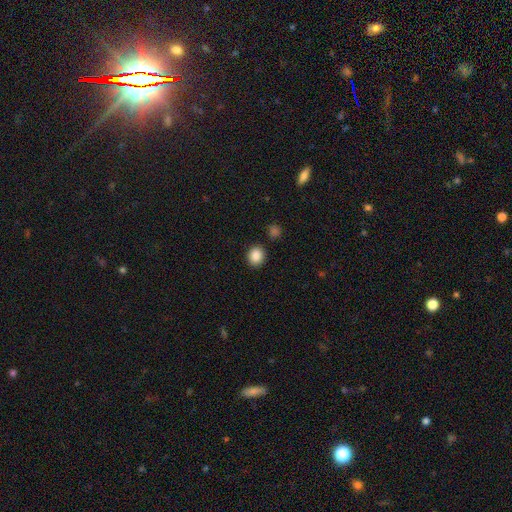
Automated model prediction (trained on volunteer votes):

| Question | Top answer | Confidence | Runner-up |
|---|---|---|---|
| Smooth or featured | smooth | 87% | star or artifact (9%) |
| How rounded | round | 73% | in between (27%) |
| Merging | none | 87% | minor disturbance (7%) |